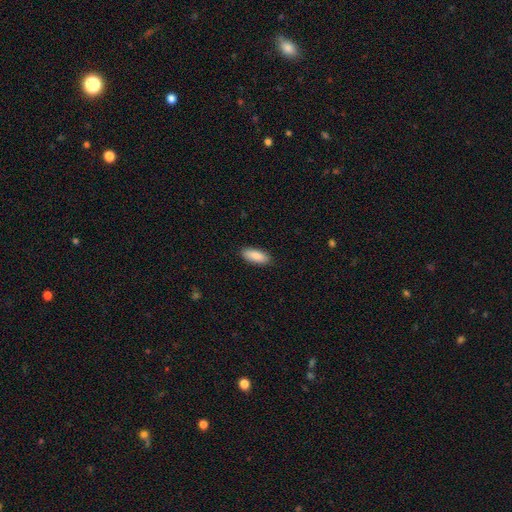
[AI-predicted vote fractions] This is clearly a smooth galaxy (89%). How rounded: likely in between (76%). Merging: clearly none (89%).